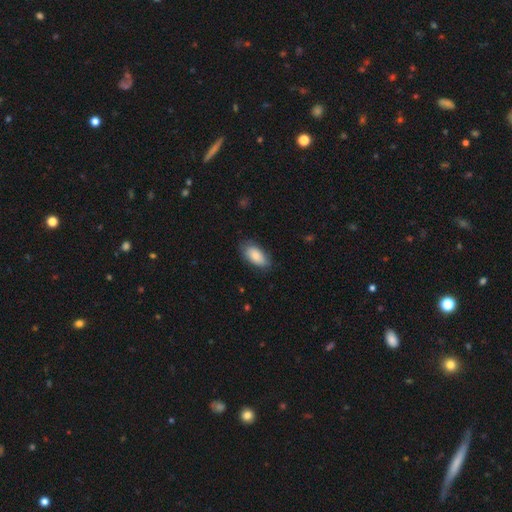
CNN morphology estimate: A smooth galaxy with no disk features (84%) that is in between round and cigar-shaped (92%). Merging: none (78%).